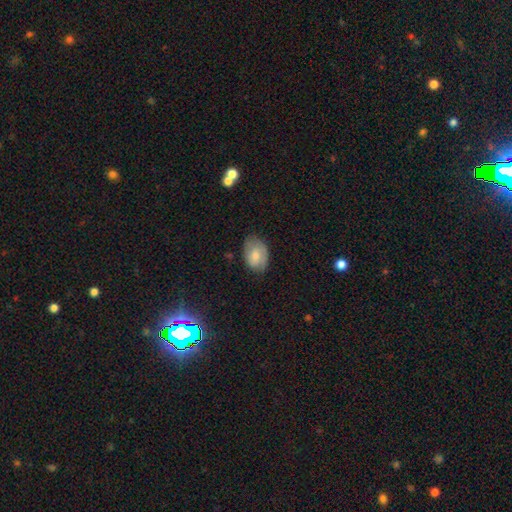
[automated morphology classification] A smooth galaxy with no disk features (72%) that is in between round and cigar-shaped (85%). Merging: none (67%).